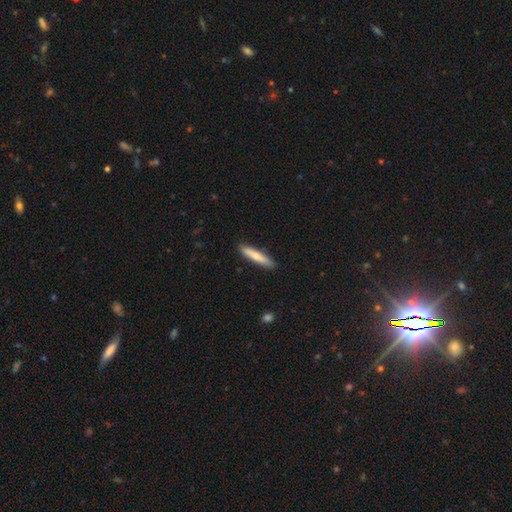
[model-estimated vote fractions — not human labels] smooth 66%, featured or disk 29%, star or artifact 5%. Down the decision tree: how rounded — cigar-shaped (88%); merging — none (90%).